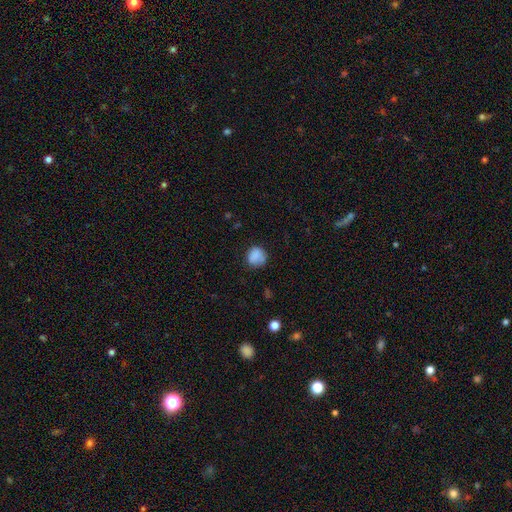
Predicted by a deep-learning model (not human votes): smooth 84%, star or artifact 9%, featured or disk 7%. Down the decision tree: how rounded — round (82%); merging — none (71%).